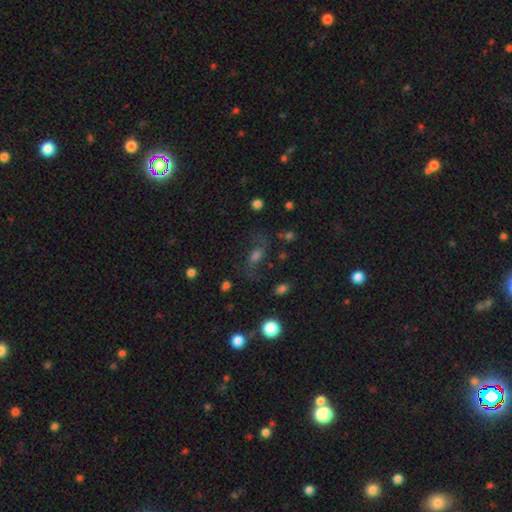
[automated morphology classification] smooth_or_featured: smooth (p=0.39) [alt: featured or disk p=0.38]
merging: none (p=0.65) [alt: minor disturbance p=0.17]